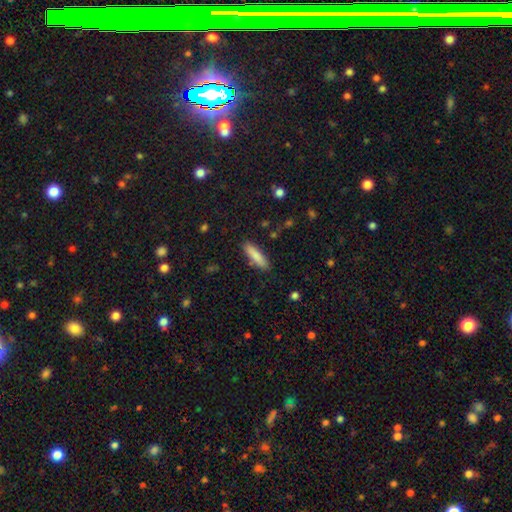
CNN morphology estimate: Overall: smooth (83%). How rounded: cigar-shaped (69%). Merging: none (86%).